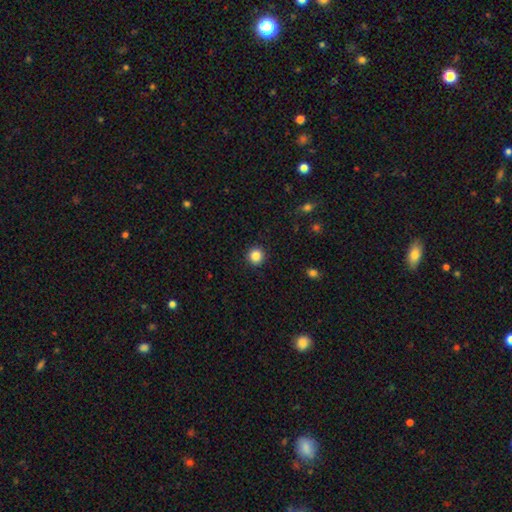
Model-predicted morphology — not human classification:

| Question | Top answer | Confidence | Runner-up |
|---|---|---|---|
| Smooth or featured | smooth | 86% | star or artifact (11%) |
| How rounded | round | 94% | in between (5%) |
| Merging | none | 92% | minor disturbance (5%) |